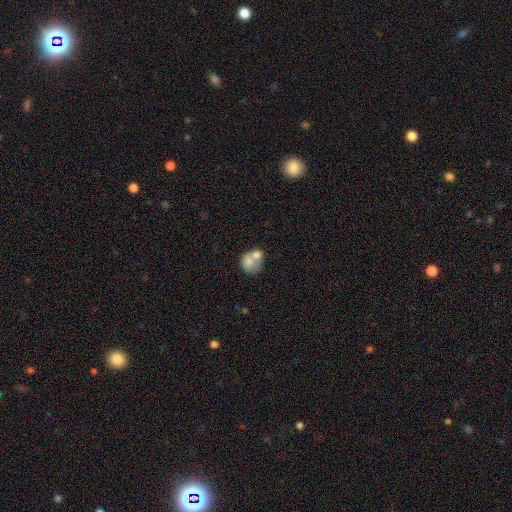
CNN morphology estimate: type=smooth (66%); roundness=round (66%); merging=merger (62%).